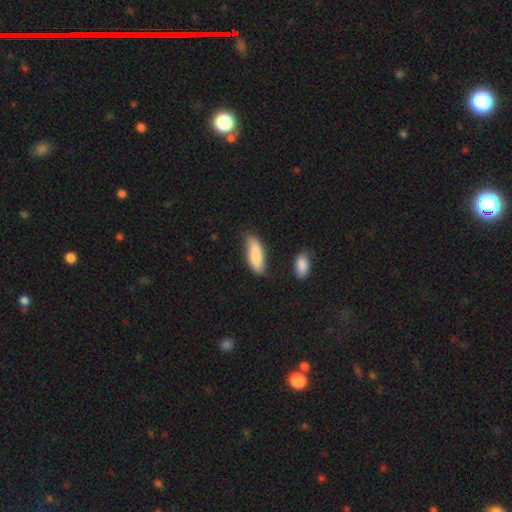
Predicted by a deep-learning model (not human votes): smooth-or-featured: smooth: 80% | featured or disk: 14% | star or artifact: 6%
  how-rounded: in between: 55% | cigar-shaped: 43% | round: 2%
  merging: none: 62% | minor disturbance: 27% | merger: 6% | major disturbance: 6%